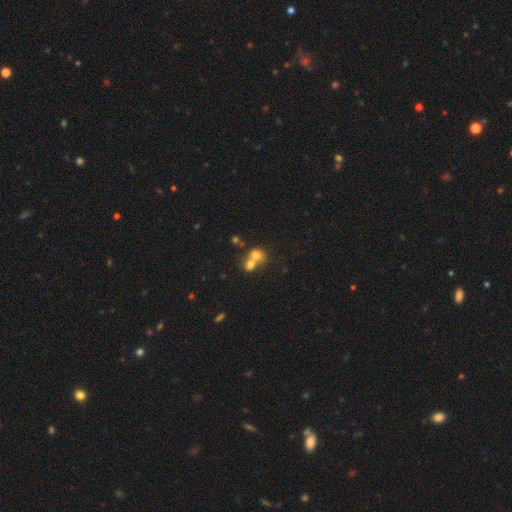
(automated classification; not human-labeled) Smooth or featured?
  - smooth: 70% *
  - featured or disk: 17%
  - star or artifact: 13%
How rounded?
  - round: 71% *
  - in between: 28%
  - cigar-shaped: 1%
Merging?
  - merger: 67% *
  - none: 25%
  - minor disturbance: 5%
  - major disturbance: 3%